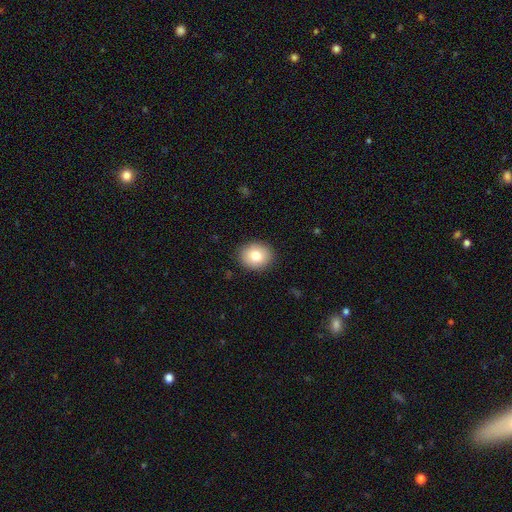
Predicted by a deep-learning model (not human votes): Smooth or featured? smooth (78%)
How rounded? round (70%)
Merging? none (90%)